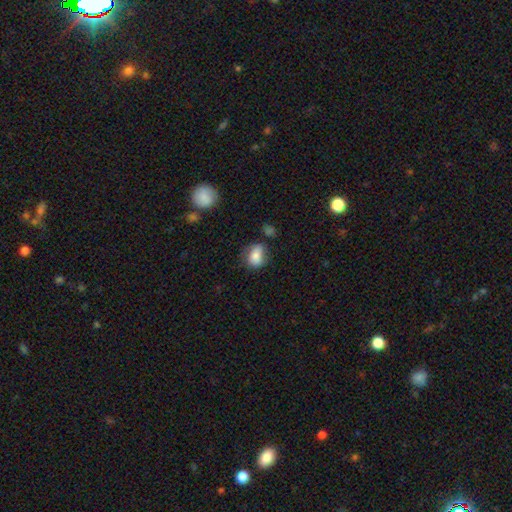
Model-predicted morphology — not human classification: A smooth galaxy with no disk features (79%) that is in between round and cigar-shaped (67%). Merging: none (56%).